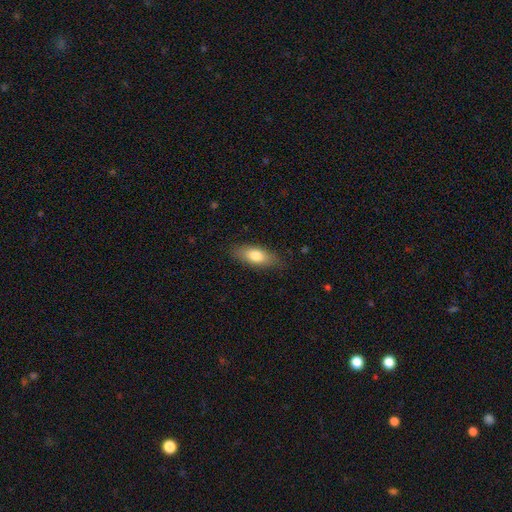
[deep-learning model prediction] This appears to be a smooth galaxy with no disk features (77%) that is in between round and cigar-shaped (77%). Merging: none (82%).